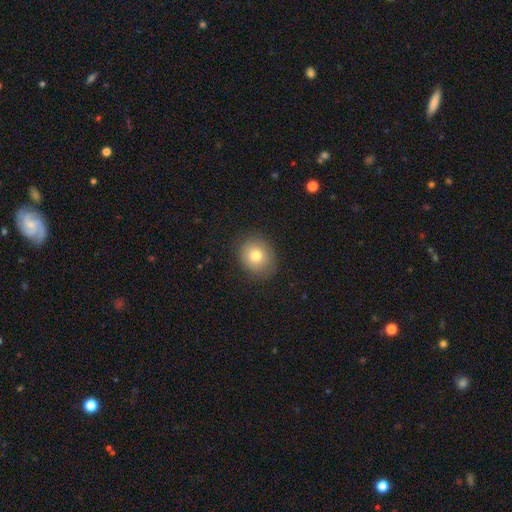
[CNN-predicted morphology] This is likely a smooth galaxy (77%). How rounded: likely round (75%). Merging: clearly none (85%).